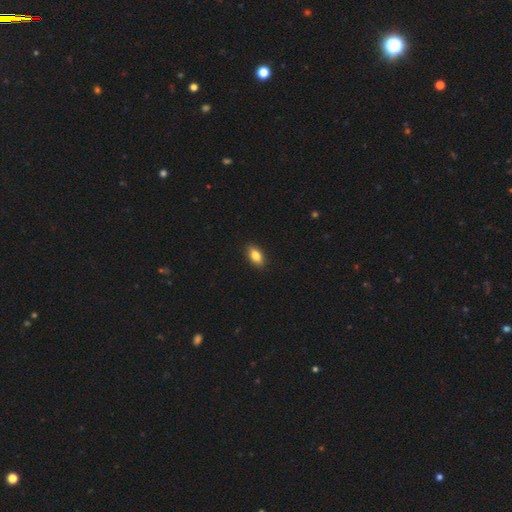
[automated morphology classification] smooth-or-featured: smooth: 82% | featured or disk: 10% | star or artifact: 8%
  how-rounded: in between: 88% | cigar-shaped: 7% | round: 5%
  merging: none: 89% | minor disturbance: 9% | major disturbance: 2% | merger: 1%